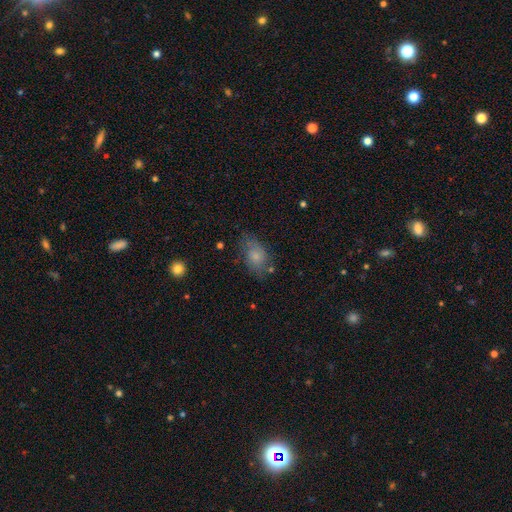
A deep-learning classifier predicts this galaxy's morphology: Smooth or featured?
  - smooth: 70% *
  - featured or disk: 21%
  - star or artifact: 9%
How rounded?
  - in between: 85% *
  - round: 13%
  - cigar-shaped: 2%
Merging?
  - none: 60% *
  - minor disturbance: 25%
  - major disturbance: 11%
  - merger: 3%